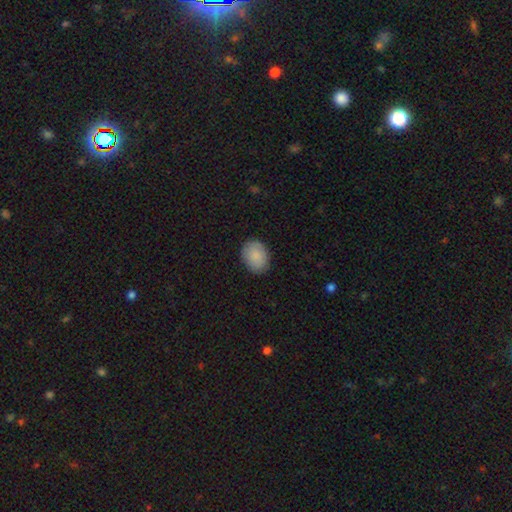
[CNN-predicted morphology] Overall: smooth (88%). How rounded: in between (61%; round 38%). Merging: none (86%).